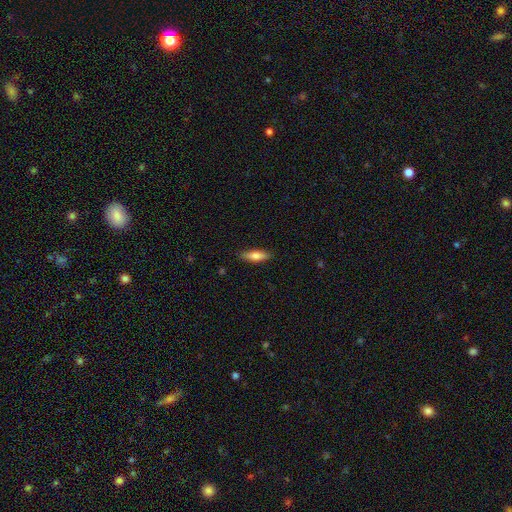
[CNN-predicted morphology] Smooth or featured?
  - smooth: 77% *
  - featured or disk: 17%
  - star or artifact: 6%
How rounded?
  - cigar-shaped: 50% *
  - in between: 48%
  - round: 2%
Merging?
  - none: 86% *
  - minor disturbance: 11%
  - major disturbance: 2%
  - merger: 1%